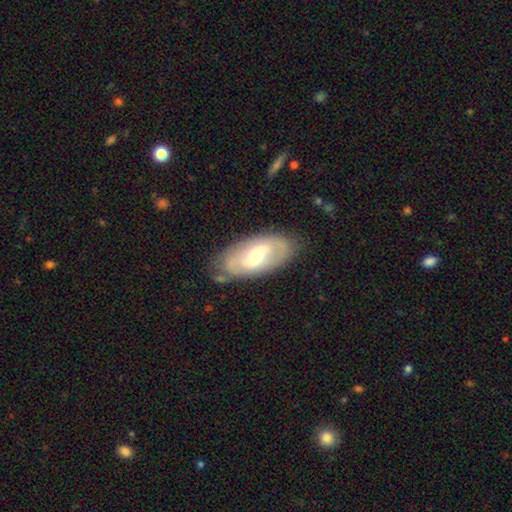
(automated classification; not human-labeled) Morphology: type=featured or disk (64%); edge-on=no (91%); bar=weak (50%); spiral arms=yes (66%); bulge=moderate (63%); merging=none (77%).